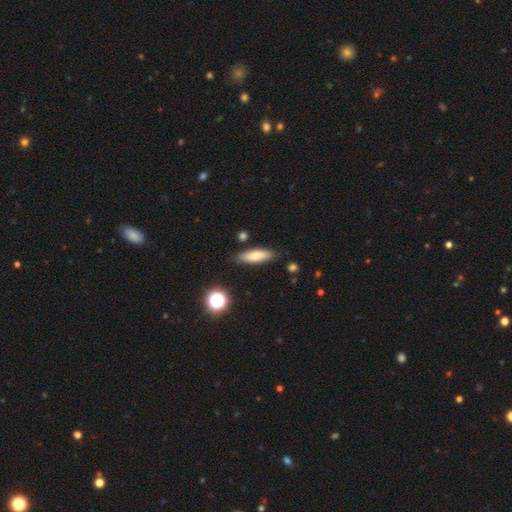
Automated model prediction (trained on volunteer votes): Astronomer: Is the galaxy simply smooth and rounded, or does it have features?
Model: smooth — 78%.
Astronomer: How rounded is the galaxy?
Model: cigar-shaped — 51% (runner-up: in between, 47%).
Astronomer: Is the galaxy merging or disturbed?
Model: none — 84%.